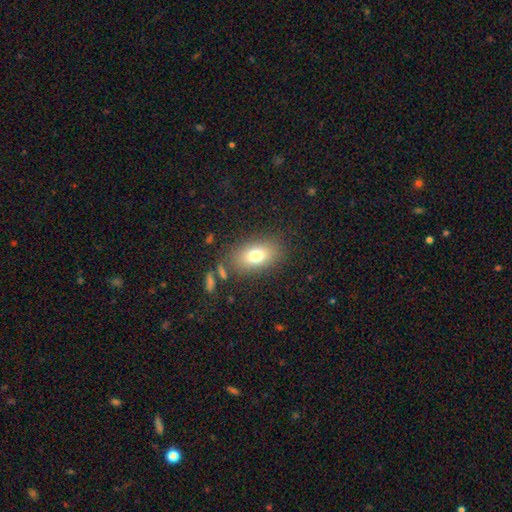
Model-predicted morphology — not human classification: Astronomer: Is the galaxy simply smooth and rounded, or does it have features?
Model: smooth — 75%.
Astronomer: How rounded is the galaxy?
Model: in between — 83%.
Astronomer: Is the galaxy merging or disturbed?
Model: none — 81%.